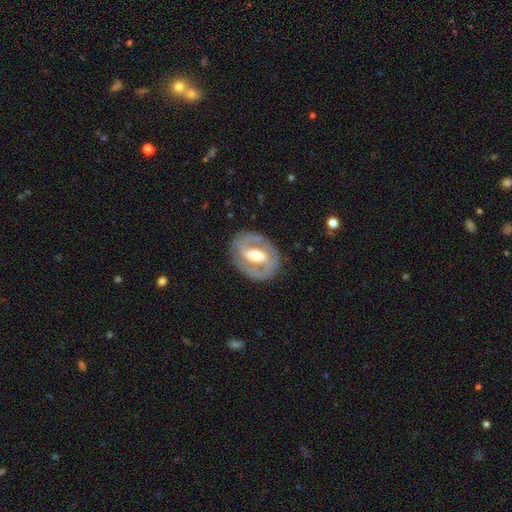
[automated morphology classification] smooth_or_featured: featured or disk (p=0.84) [alt: smooth p=0.12]
disk_edge_on: no (p=0.96) [alt: yes p=0.04]
bar: strong (p=0.49) [alt: weak p=0.35]
has_spiral_arms: yes (p=0.81) [alt: no p=0.19]
spiral_winding: medium (p=0.47) [alt: tight p=0.39]
spiral_arm_count: 2 (p=0.88) [alt: can't tell p=0.06]
bulge_size: moderate (p=0.67) [alt: small p=0.17]
merging: none (p=0.84) [alt: minor disturbance p=0.11]